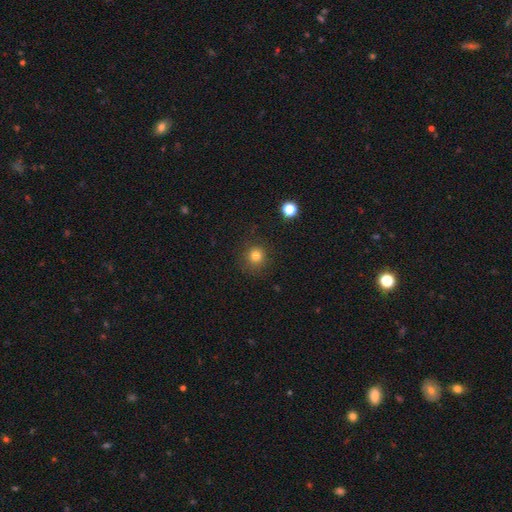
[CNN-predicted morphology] Smooth or featured? Predicted: smooth (p=0.79). How rounded? Predicted: round (p=0.93). Merging? Predicted: none (p=0.88).